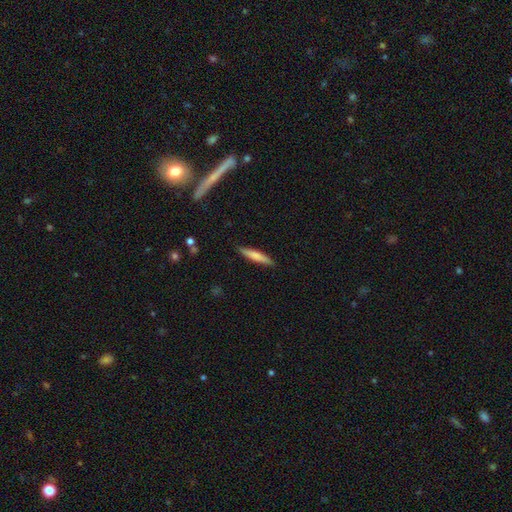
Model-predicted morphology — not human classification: smooth_or_featured: smooth (p=0.70) [alt: featured or disk p=0.25]
how_rounded: cigar-shaped (p=0.90) [alt: in between p=0.09]
merging: none (p=0.89) [alt: minor disturbance p=0.08]